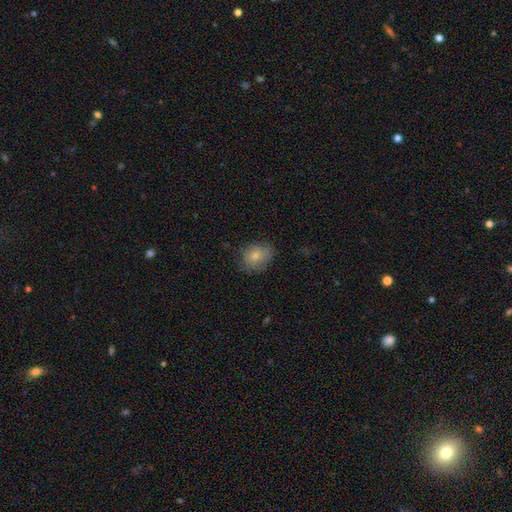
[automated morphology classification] smooth 80%, featured or disk 12%, star or artifact 8%. Down the decision tree: how rounded — in between (52%); merging — none (72%).